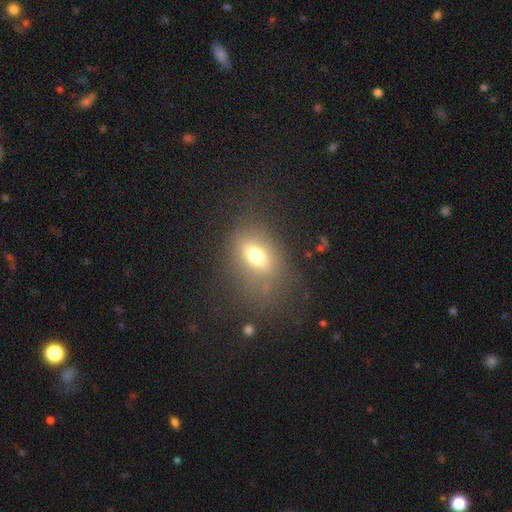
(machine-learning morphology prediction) This appears to be a smooth galaxy with no disk features (67%) that is in between round and cigar-shaped (75%). Merging: none (67%).